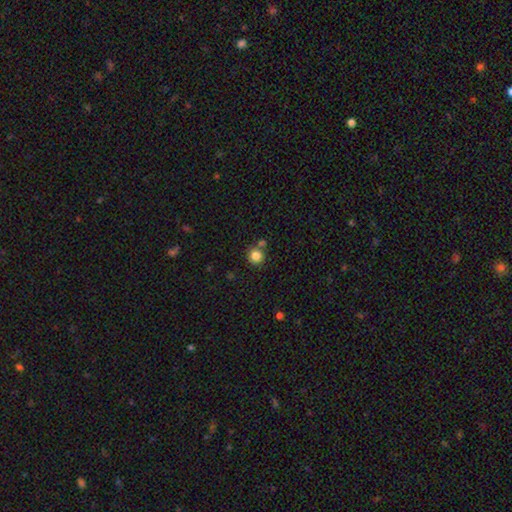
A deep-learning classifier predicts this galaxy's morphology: smooth_or_featured: smooth (p=0.84) [alt: star or artifact p=0.11]
how_rounded: round (p=0.92) [alt: in between p=0.07]
merging: none (p=0.75) [alt: merger p=0.14]